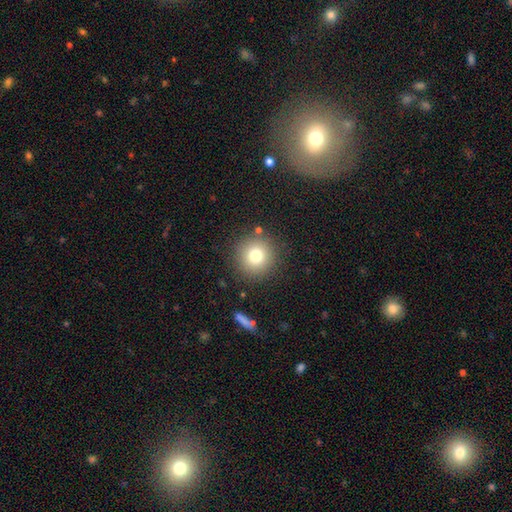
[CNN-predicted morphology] A smooth galaxy with no disk features (77%) that is round (94%). Merging: none (87%).